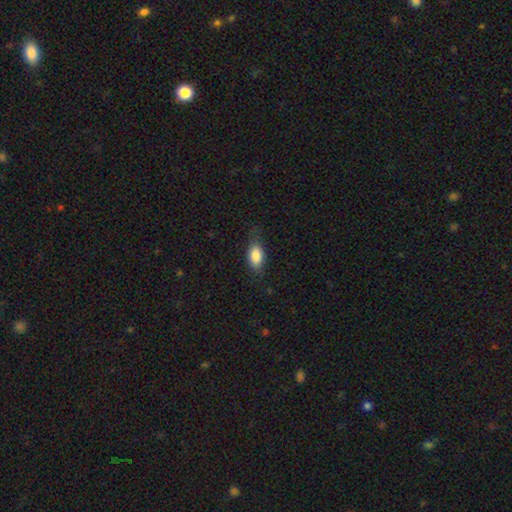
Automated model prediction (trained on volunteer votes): smooth 84%, featured or disk 9%, star or artifact 7%. Down the decision tree: how rounded — in between (88%); merging — none (70%).